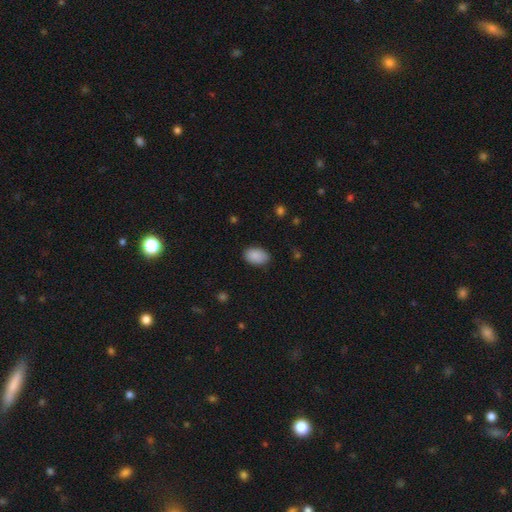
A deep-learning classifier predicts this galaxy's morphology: A smooth galaxy with no disk features (89%) that is in between round and cigar-shaped (89%).

Vote fractions:
- Smooth or featured? smooth: 89% / star or artifact: 7% / featured or disk: 4%
- How rounded? in between: 89% / round: 10% / cigar-shaped: 1%
- Merging? none: 82% / minor disturbance: 14% / major disturbance: 3% / merger: 1%